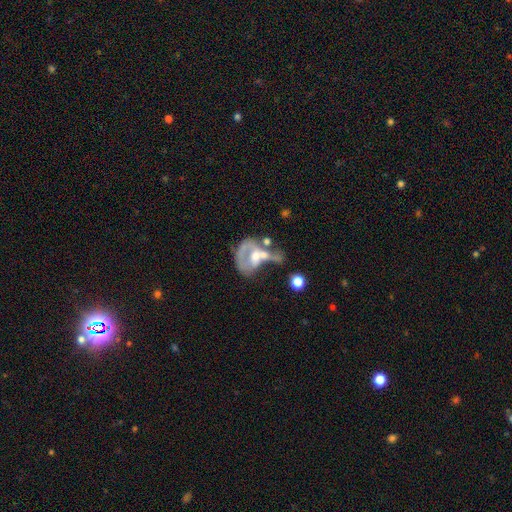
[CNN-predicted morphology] smooth-or-featured: featured or disk: 62% | smooth: 29% | star or artifact: 9%
  disk-edge-on: no: 96% | yes: 4%
    bar: no: 69% | weak: 23% | strong: 9%
    has-spiral-arms: no: 65% | yes: 35%
    bulge-size: moderate: 61% | small: 22% | large: 8% | none: 8% | dominant: 2%
  merging: merger: 45% | major disturbance: 29% | none: 15% | minor disturbance: 12%